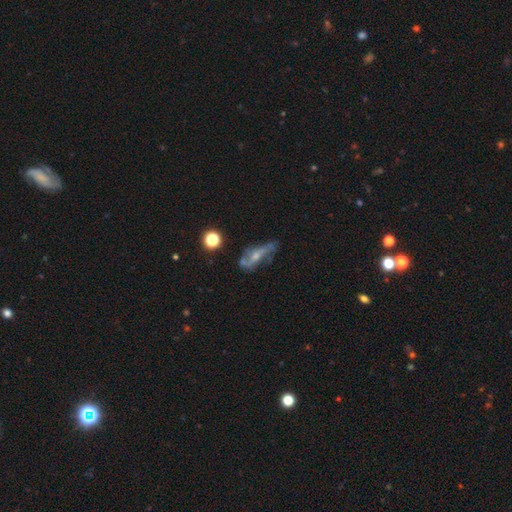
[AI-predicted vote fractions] smooth-or-featured: featured or disk: 64% | smooth: 24% | star or artifact: 11%
  disk-edge-on: no: 71% | yes: 29%
  merging: none: 43% | minor disturbance: 27% | major disturbance: 22% | merger: 8%